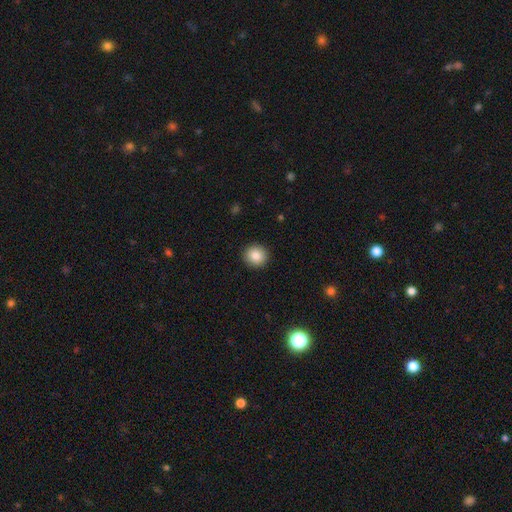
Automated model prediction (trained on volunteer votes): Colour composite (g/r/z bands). It shows a smooth galaxy with no disk features (86%) that is round (90%). Merging: none (92%).